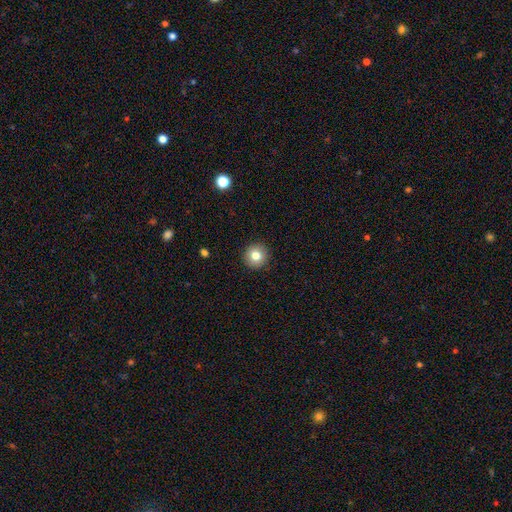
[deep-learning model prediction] Overall: smooth (81%). How rounded: round (95%). Merging: none (93%).